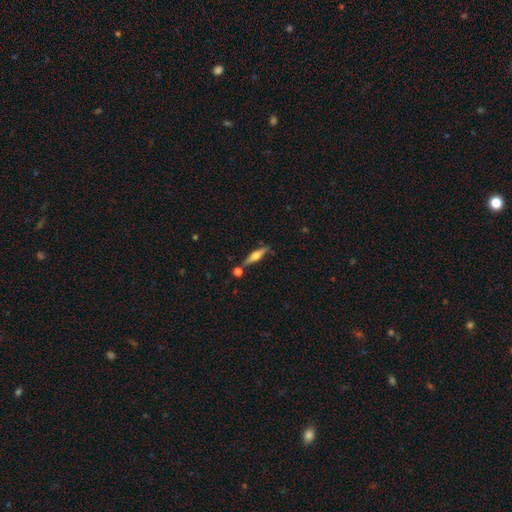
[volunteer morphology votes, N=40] type=featured or disk (70%); edge-on=yes (96%); edge-on bulge=rounded (96%); merging=none (87%).